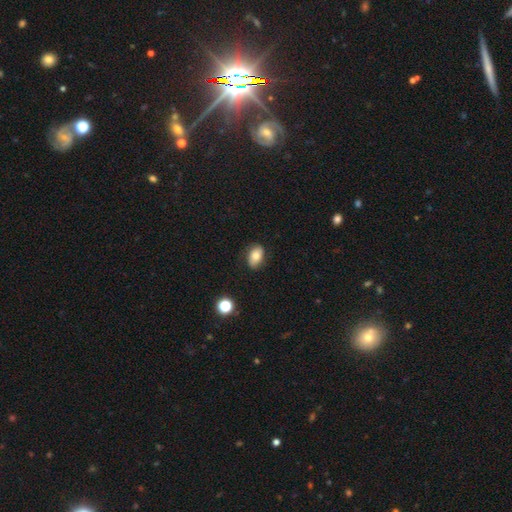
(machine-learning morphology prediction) Overall: smooth (77%). How rounded: in between (85%). Merging: none (79%).